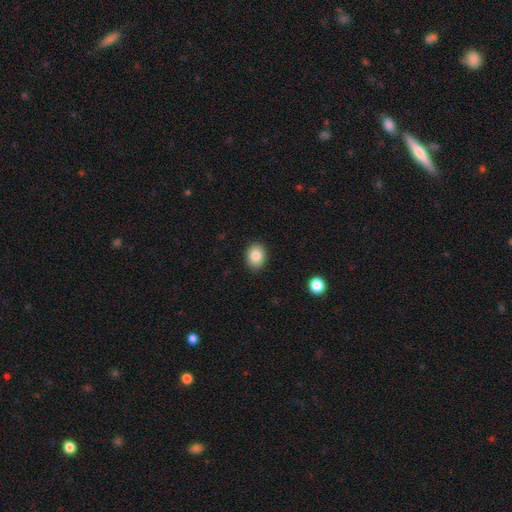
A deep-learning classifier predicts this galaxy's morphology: smooth_or_featured: smooth (p=0.85) [alt: star or artifact p=0.09]
how_rounded: in between (p=0.56) [alt: round p=0.43]
merging: none (p=0.90) [alt: minor disturbance p=0.07]